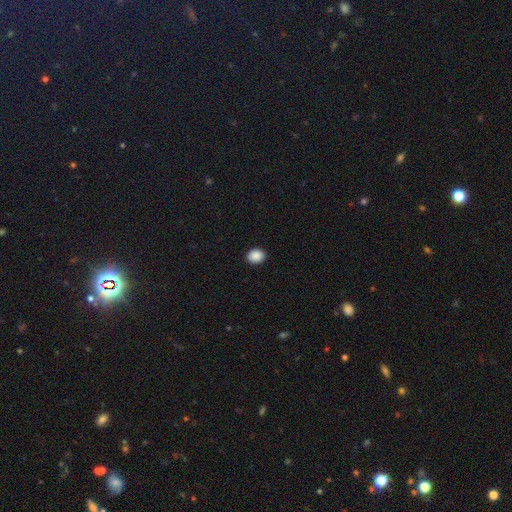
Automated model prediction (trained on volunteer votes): The model was most divided on "how rounded": in between: 55%, round: 44%, cigar-shaped: 1%. More confident: merging — none (91%); smooth or featured — smooth (90%).